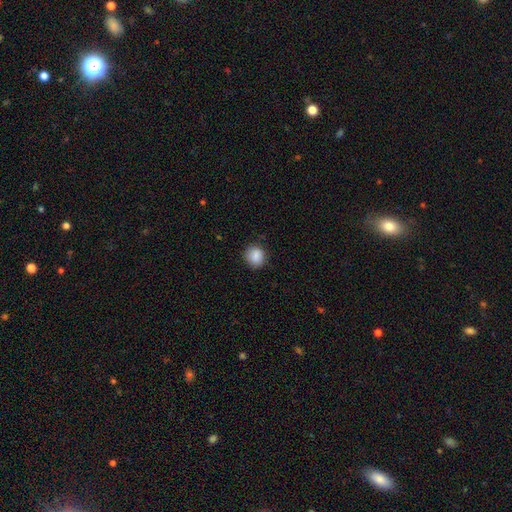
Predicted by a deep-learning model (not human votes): Smooth or featured? Predicted: smooth (p=0.88). How rounded? Predicted: round (p=0.84). Merging? Predicted: none (p=0.86).